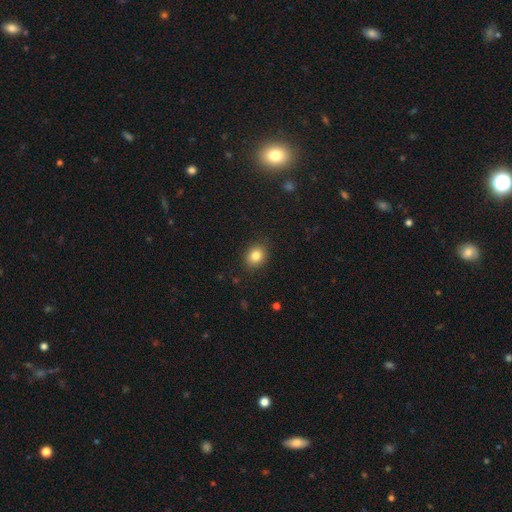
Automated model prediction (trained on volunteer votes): Smooth or featured: smooth — 84% (star or artifact — 10%)
How rounded: round — 63% (in between — 36%)
Merging: none — 87% (minor disturbance — 9%)